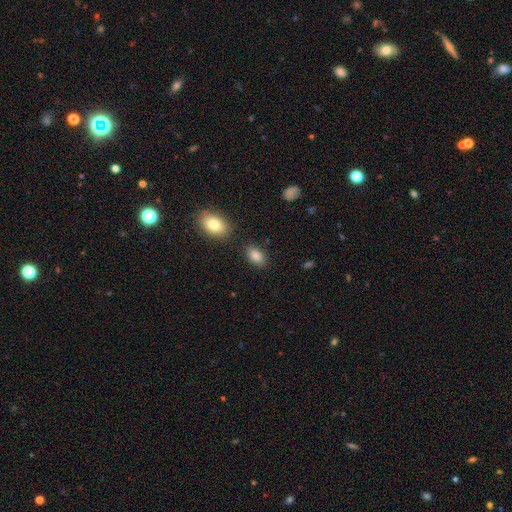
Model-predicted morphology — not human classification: Smooth or featured: smooth — 86% (star or artifact — 8%)
How rounded: in between — 90% (round — 8%)
Merging: none — 82% (minor disturbance — 11%)